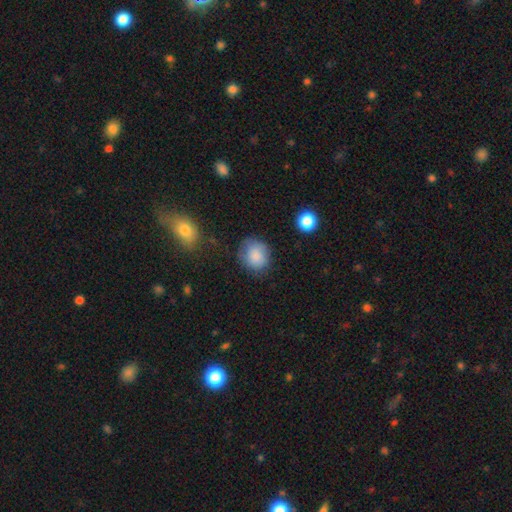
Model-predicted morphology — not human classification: Smooth or featured: smooth — 85% (star or artifact — 8%)
How rounded: round — 70% (in between — 29%)
Merging: none — 67% (minor disturbance — 24%)